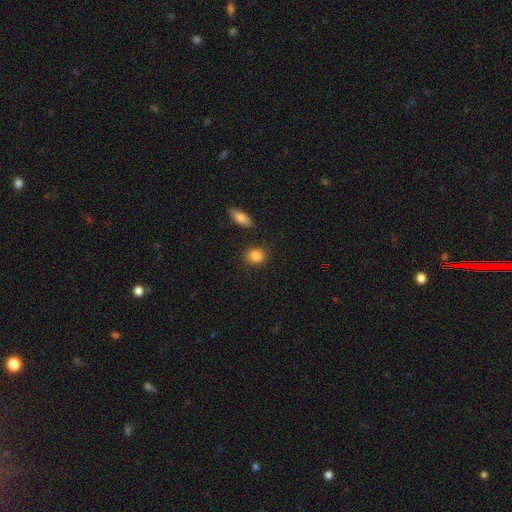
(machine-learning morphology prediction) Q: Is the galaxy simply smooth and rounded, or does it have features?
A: smooth — 88%.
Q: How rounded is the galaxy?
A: round — 65%.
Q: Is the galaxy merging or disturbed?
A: none — 84%.